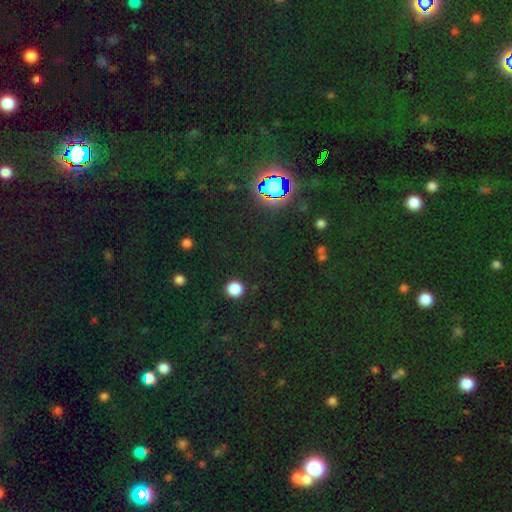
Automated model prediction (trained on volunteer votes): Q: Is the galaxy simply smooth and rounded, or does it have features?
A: star or artifact — 76%.